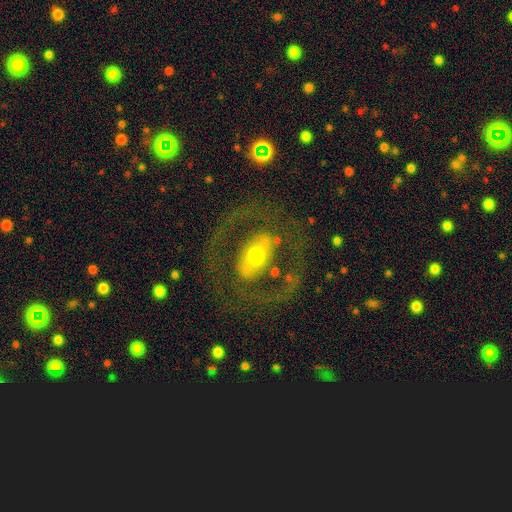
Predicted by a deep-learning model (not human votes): featured or disk 74%, smooth 19%, star or artifact 7%. Down the decision tree: edge-on disk — no (94%); bar — no (39%); spiral arms — yes (61%); bulge size — moderate (61%); merging — none (69%).